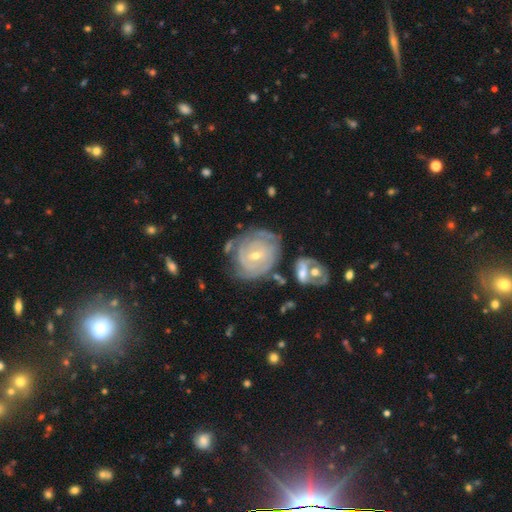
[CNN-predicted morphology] A featured or disk galaxy (84%) with no bar (49%), tight (79%) spiral arms (92%) and a small central bulge (59%). Merging: none (60%).